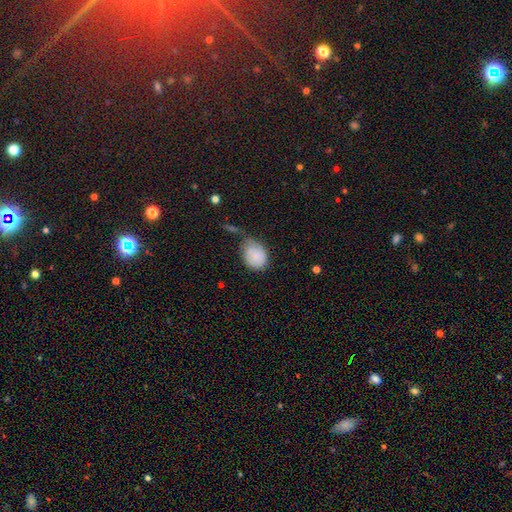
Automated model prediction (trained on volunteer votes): This appears to be a smooth galaxy with no disk features (82%) that is in between round and cigar-shaped (62%). Merging: none (39%).